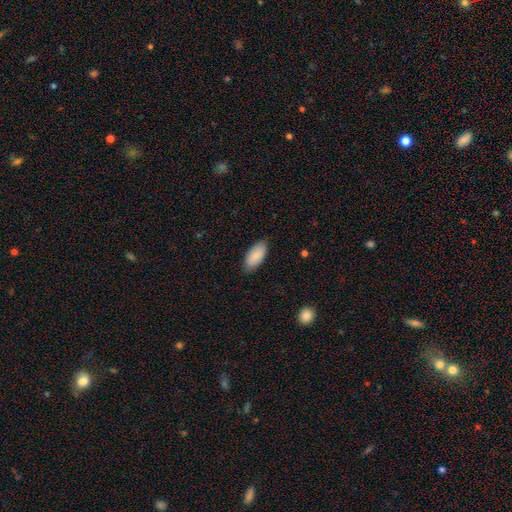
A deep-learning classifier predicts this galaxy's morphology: smooth_or_featured: smooth (p=0.88) [alt: featured or disk p=0.06]
how_rounded: in between (p=0.92) [alt: cigar-shaped p=0.06]
merging: none (p=0.85) [alt: minor disturbance p=0.12]